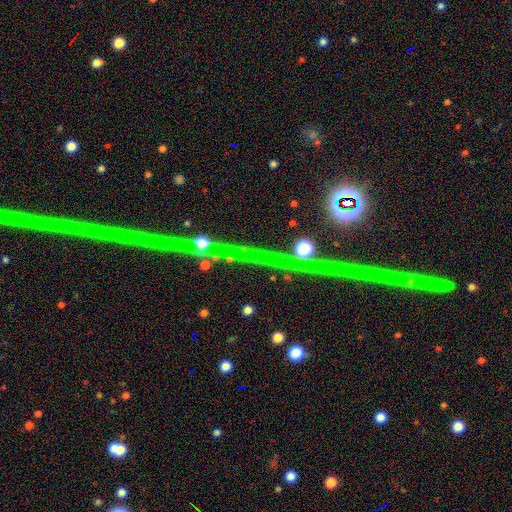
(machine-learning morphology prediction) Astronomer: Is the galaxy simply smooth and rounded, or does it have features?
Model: star or artifact — 69%.